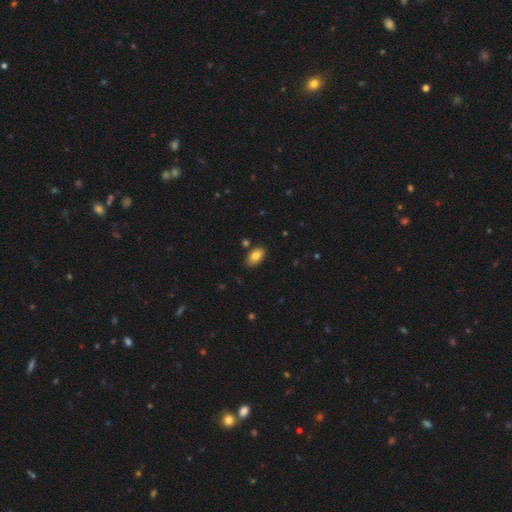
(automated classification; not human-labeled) A smooth galaxy with no disk features (83%) that is in between round and cigar-shaped (92%).

Vote fractions:
- Smooth or featured? smooth: 83% / featured or disk: 9% / star or artifact: 8%
- How rounded? in between: 92% / round: 6% / cigar-shaped: 2%
- Merging? none: 85% / minor disturbance: 10% / merger: 3% / major disturbance: 2%